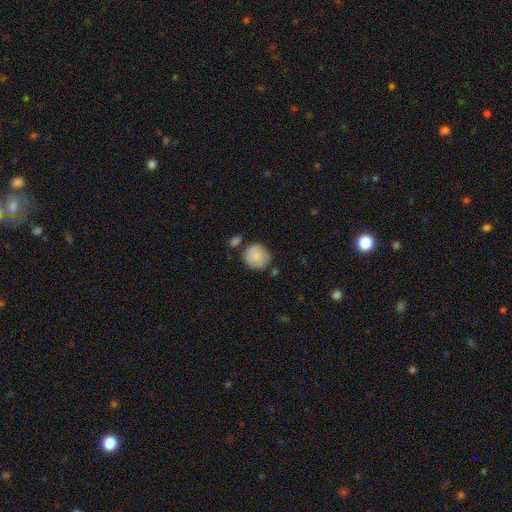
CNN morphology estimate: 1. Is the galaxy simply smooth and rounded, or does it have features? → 83% smooth, 10% featured or disk, 7% star or artifact.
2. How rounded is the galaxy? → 88% round, 11% in between, 1% cigar-shaped.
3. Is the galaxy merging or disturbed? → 69% none, 18% minor disturbance, 9% merger, 4% major disturbance.